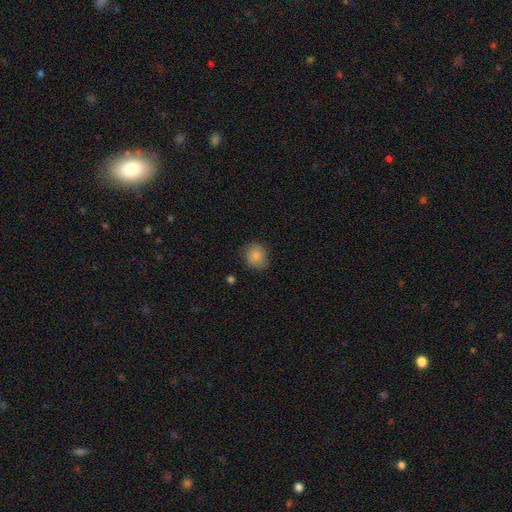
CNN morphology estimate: Q: Smooth or featured?
A: smooth (78%); runner-up: featured or disk (14%)
Q: How rounded?
A: round (79%); runner-up: in between (20%)
Q: Merging?
A: none (73%); runner-up: minor disturbance (21%)